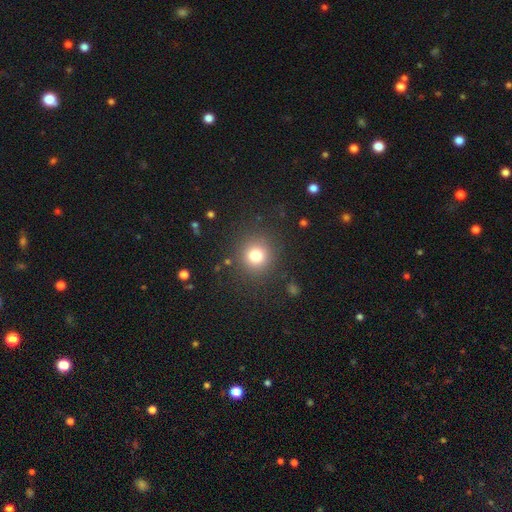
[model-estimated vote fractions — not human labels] Q: Smooth or featured?
A: smooth (78%); runner-up: star or artifact (14%)
Q: How rounded?
A: round (92%); runner-up: in between (7%)
Q: Merging?
A: none (87%); runner-up: minor disturbance (7%)